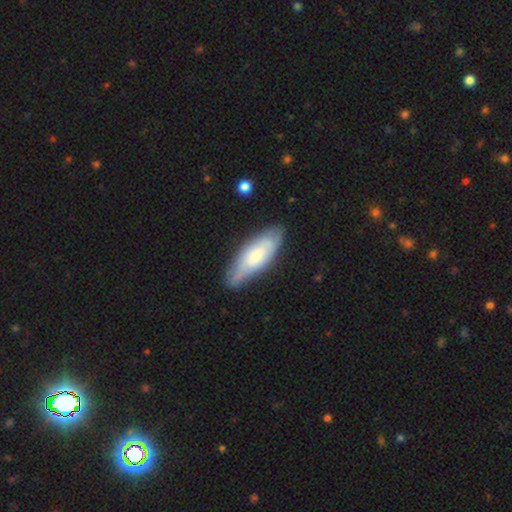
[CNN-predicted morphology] A smooth galaxy with no disk features (59%) that is in between round and cigar-shaped (63%). Merging: none (75%).